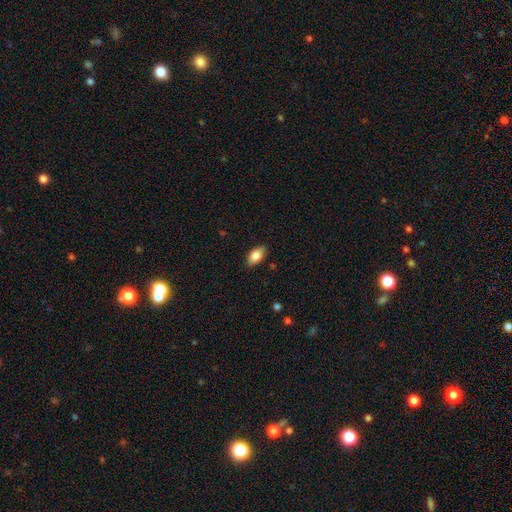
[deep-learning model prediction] A smooth galaxy with no disk features (83%) that is in between round and cigar-shaped (90%).

Vote fractions:
- Smooth or featured? smooth: 83% / featured or disk: 10% / star or artifact: 7%
- How rounded? in between: 90% / cigar-shaped: 6% / round: 4%
- Merging? none: 86% / minor disturbance: 11% / major disturbance: 2% / merger: 1%